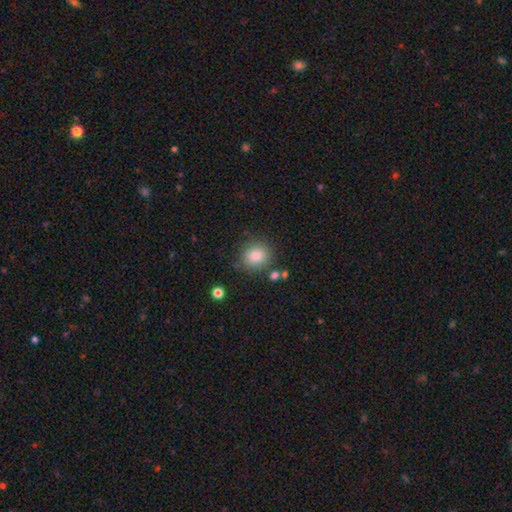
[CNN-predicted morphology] This is clearly a smooth galaxy (83%). How rounded: likely round (80%). Merging: likely none (80%).